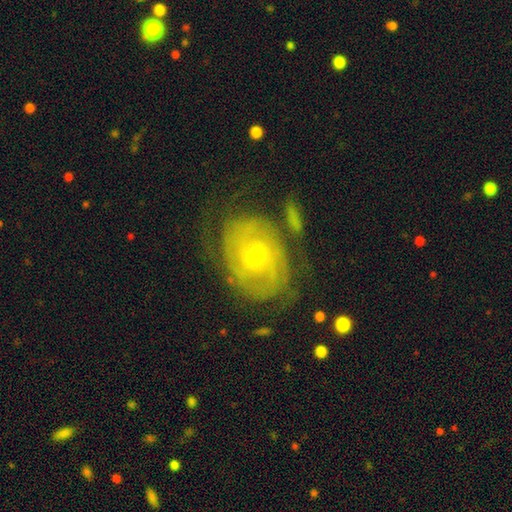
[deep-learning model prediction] Q: Smooth or featured?
A: featured or disk (78%); runner-up: smooth (15%)
Q: Edge-on disk?
A: no (96%); runner-up: yes (4%)
Q: Bar?
A: no (56%); runner-up: weak (36%)
Q: Spiral arms?
A: yes (87%); runner-up: no (13%)
Q: Spiral winding?
A: tight (66%); runner-up: medium (25%)
Q: Spiral arm count?
A: can't tell (42%); runner-up: 2 (33%)
Q: Bulge size?
A: small (61%); runner-up: moderate (36%)
Q: Merging?
A: none (64%); runner-up: minor disturbance (20%)